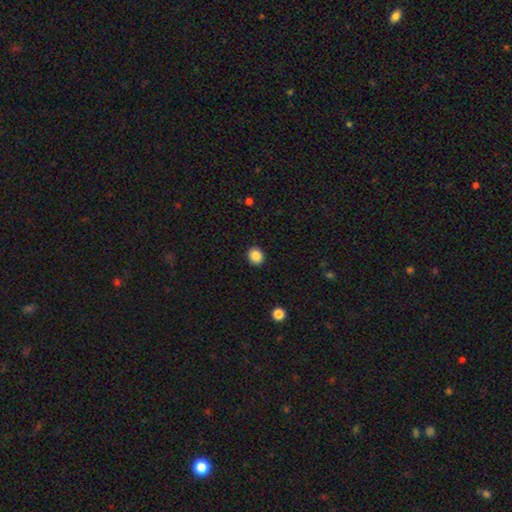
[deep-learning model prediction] Smooth or featured?
  - smooth: 87% *
  - star or artifact: 9%
  - featured or disk: 3%
How rounded?
  - round: 78% *
  - in between: 21%
  - cigar-shaped: 1%
Merging?
  - none: 91% *
  - minor disturbance: 6%
  - major disturbance: 2%
  - merger: 1%